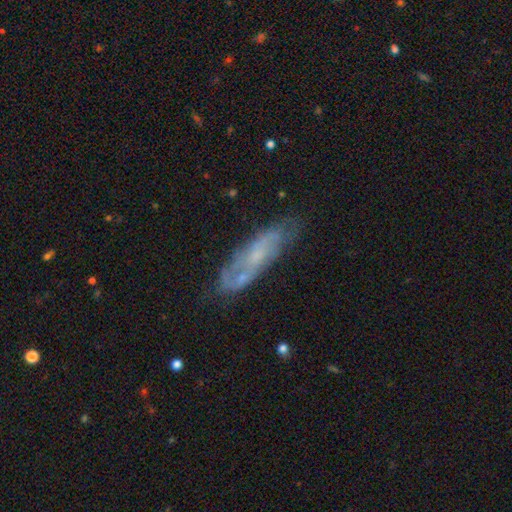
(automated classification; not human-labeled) A featured or disk galaxy (62%).

Vote fractions:
- Smooth or featured? featured or disk: 62% / smooth: 30% / star or artifact: 8%
- Edge-on disk? no: 73% / yes: 27%
- Merging? none: 69% / minor disturbance: 20% / major disturbance: 7% / merger: 3%